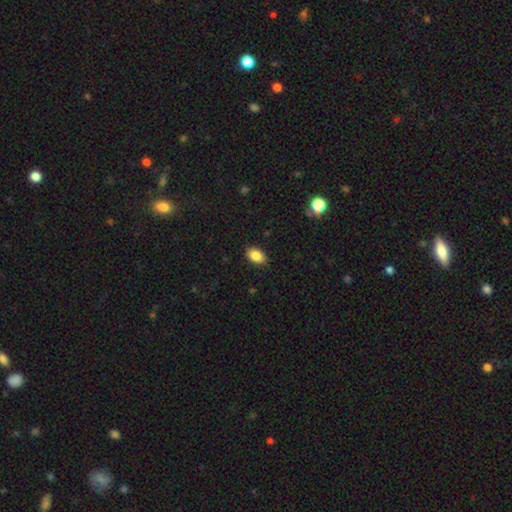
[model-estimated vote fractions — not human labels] This appears to be a smooth galaxy with no disk features (86%) that is in between round and cigar-shaped (87%). Merging: none (88%).